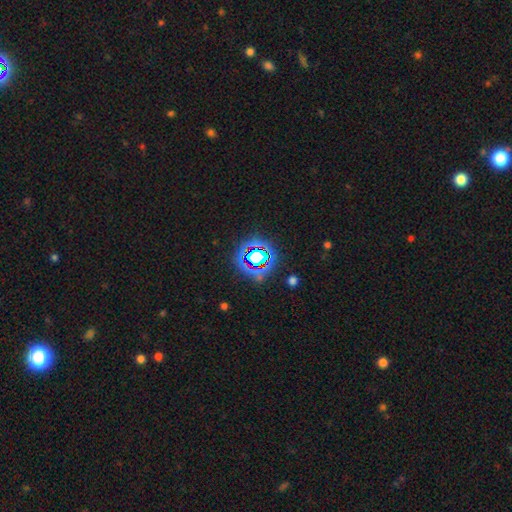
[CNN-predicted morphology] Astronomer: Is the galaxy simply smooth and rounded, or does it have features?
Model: star or artifact — 69%.